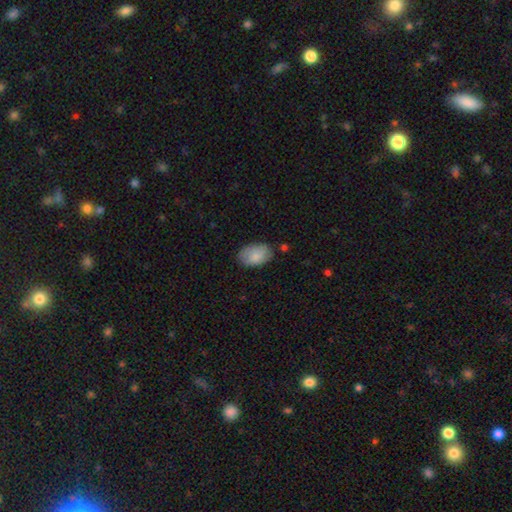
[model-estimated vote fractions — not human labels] Overall: smooth (84%). How rounded: in between (92%). Merging: none (75%).